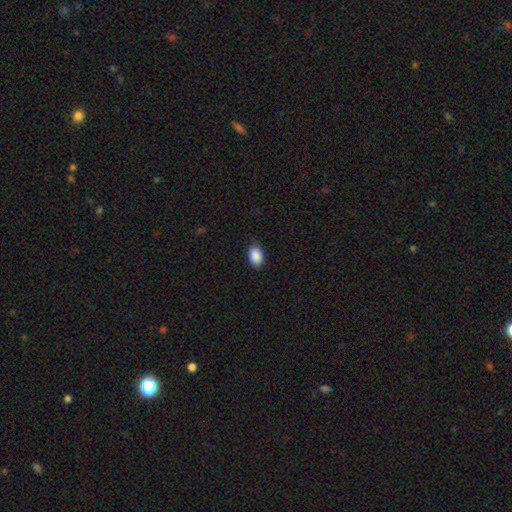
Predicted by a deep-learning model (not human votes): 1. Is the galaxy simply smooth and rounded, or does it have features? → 89% smooth, 7% star or artifact, 3% featured or disk.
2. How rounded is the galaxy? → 88% in between, 10% round, 1% cigar-shaped.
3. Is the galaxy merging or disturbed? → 84% none, 12% minor disturbance, 2% major disturbance, 1% merger.